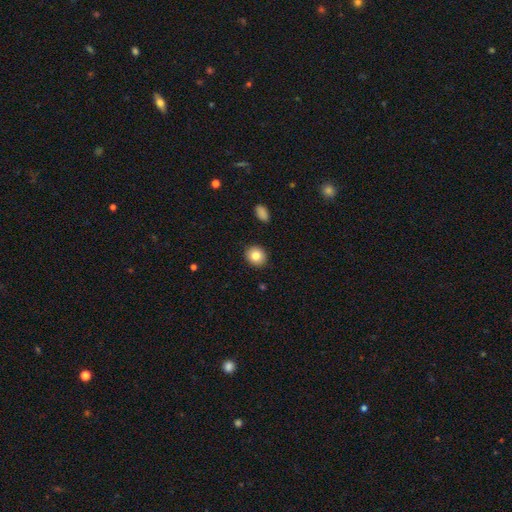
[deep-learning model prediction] Smooth or featured?
  - smooth: 83% *
  - star or artifact: 9%
  - featured or disk: 8%
How rounded?
  - round: 78% *
  - in between: 21%
  - cigar-shaped: 1%
Merging?
  - none: 90% *
  - minor disturbance: 7%
  - major disturbance: 2%
  - merger: 1%